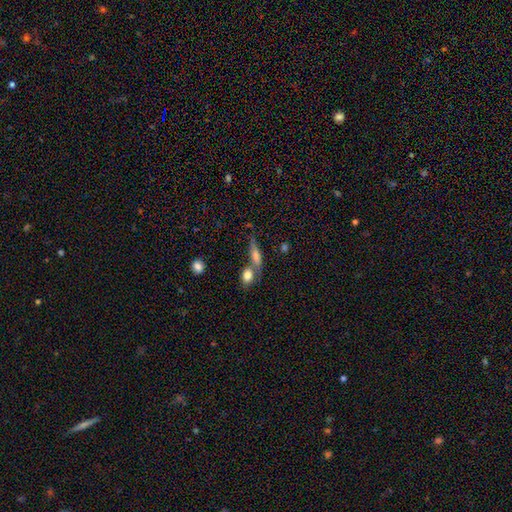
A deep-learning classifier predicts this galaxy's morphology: The model was most divided on "how rounded": in between: 48%, cigar-shaped: 45%, round: 8%. Remaining: smooth or featured — smooth (66%); merging — none (46%).